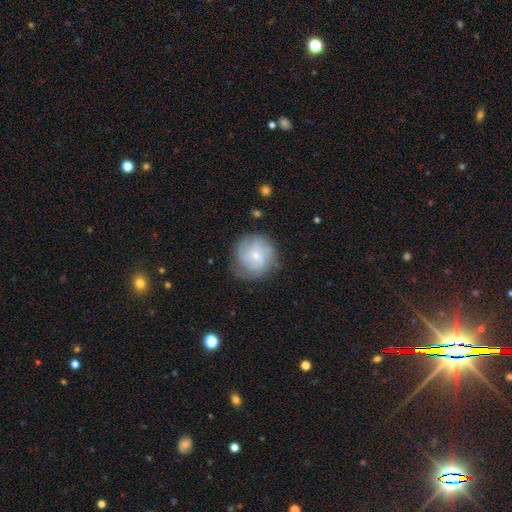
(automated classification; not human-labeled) The model was most divided on "smooth or featured": featured or disk: 55%, smooth: 38%, star or artifact: 8%. More confident: edge-on disk — no (97%); spiral arms — yes (84%); bulge size — small (76%); merging — none (71%); bar — no (70%).